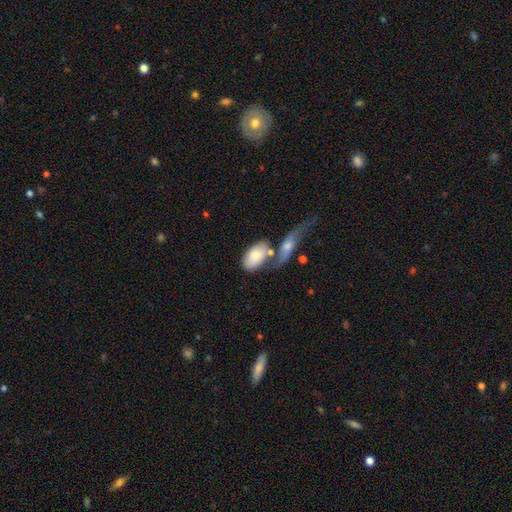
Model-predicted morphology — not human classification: smooth 72%, featured or disk 22%, star or artifact 5%. Down the decision tree: how rounded — in between (92%); merging — merger (40%).